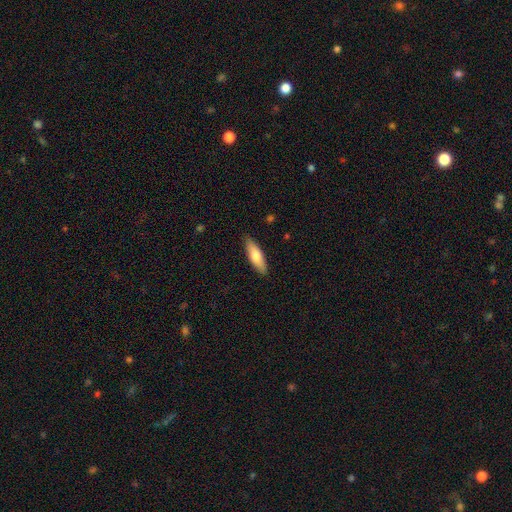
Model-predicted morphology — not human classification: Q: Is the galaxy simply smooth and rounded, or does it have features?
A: smooth — 72%.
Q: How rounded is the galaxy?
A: in between — 49%, tied with cigar-shaped.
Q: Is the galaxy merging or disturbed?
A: none — 87%.